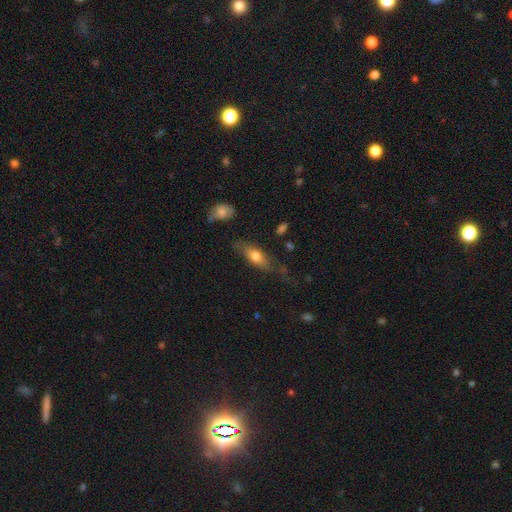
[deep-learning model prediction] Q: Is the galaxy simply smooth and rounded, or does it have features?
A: smooth — 65%.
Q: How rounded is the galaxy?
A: in between — 65%.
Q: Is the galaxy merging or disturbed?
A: none — 56%.